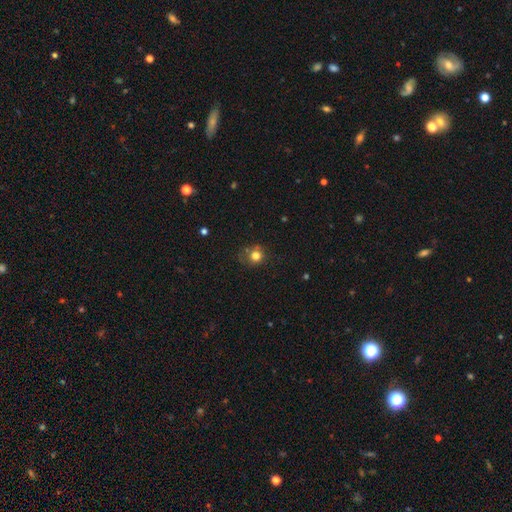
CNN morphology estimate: Smooth or featured?
  - smooth: 77% *
  - star or artifact: 13%
  - featured or disk: 9%
How rounded?
  - round: 82% *
  - in between: 17%
  - cigar-shaped: 1%
Merging?
  - none: 60% *
  - minor disturbance: 24%
  - major disturbance: 12%
  - merger: 4%